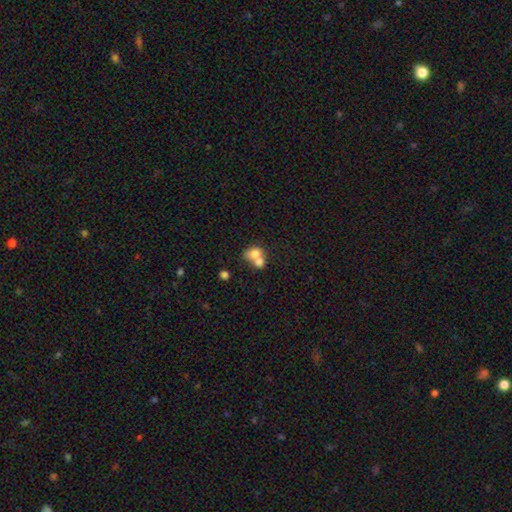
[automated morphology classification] This is likely a smooth galaxy (74%). How rounded: possibly round (50%). Merging: likely merger (69%).